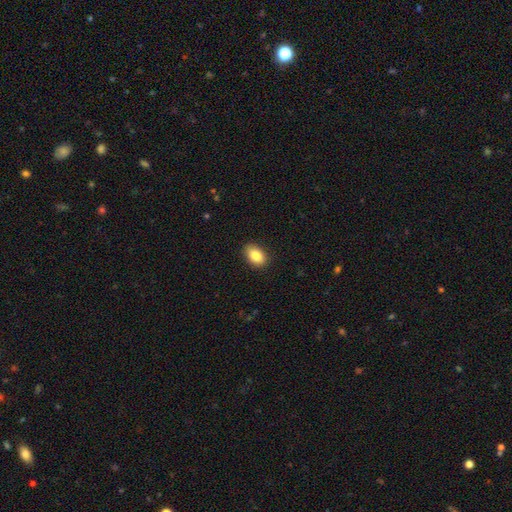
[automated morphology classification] smooth_or_featured: smooth (p=0.86) [alt: star or artifact p=0.08]
how_rounded: in between (p=0.88) [alt: round p=0.10]
merging: none (p=0.88) [alt: minor disturbance p=0.09]